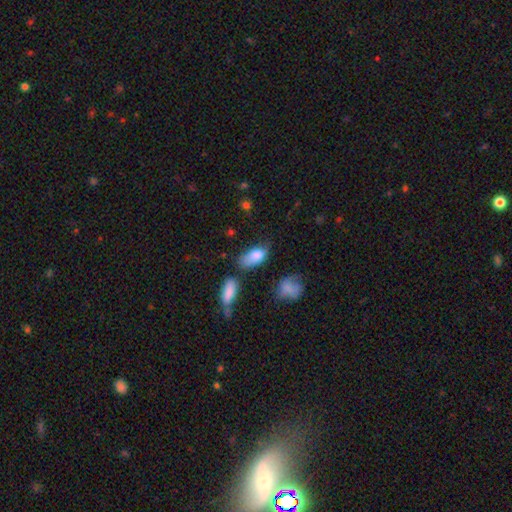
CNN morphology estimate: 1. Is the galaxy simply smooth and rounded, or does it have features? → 81% smooth, 11% featured or disk, 8% star or artifact.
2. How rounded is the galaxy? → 88% in between, 7% cigar-shaped, 4% round.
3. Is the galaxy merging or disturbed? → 39% none, 32% minor disturbance, 16% major disturbance, 12% merger.